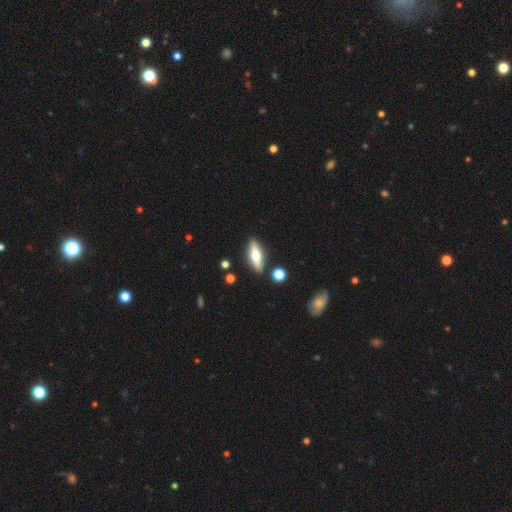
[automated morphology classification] featured or disk 52%, smooth 42%, star or artifact 6%. Down the decision tree: edge-on disk — yes (91%); merging — none (87%).